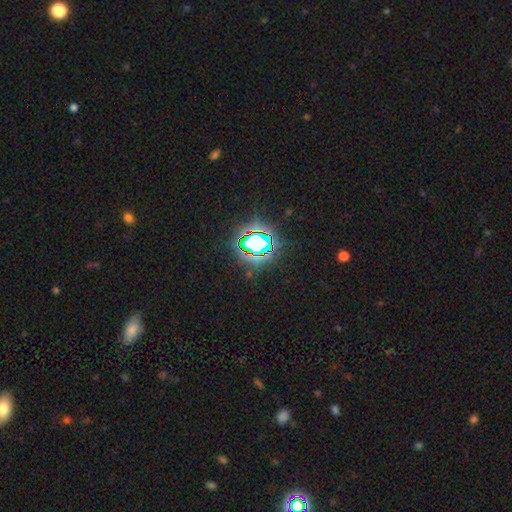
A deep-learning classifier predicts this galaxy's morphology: star or artifact 77%, smooth 15%, featured or disk 8%.